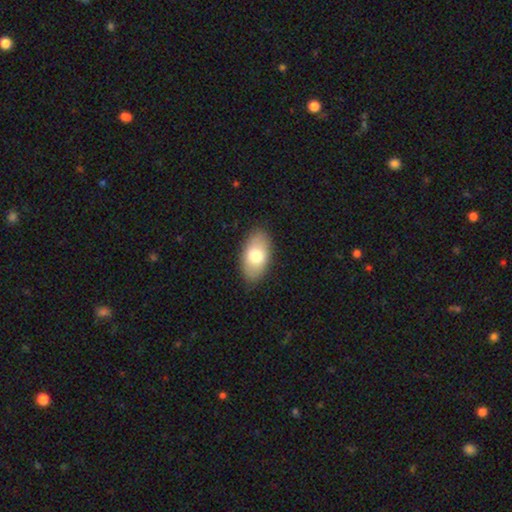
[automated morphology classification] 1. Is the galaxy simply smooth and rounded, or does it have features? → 75% smooth, 19% featured or disk, 6% star or artifact.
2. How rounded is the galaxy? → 94% in between, 4% round, 2% cigar-shaped.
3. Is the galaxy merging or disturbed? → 84% none, 12% minor disturbance, 3% major disturbance, 1% merger.